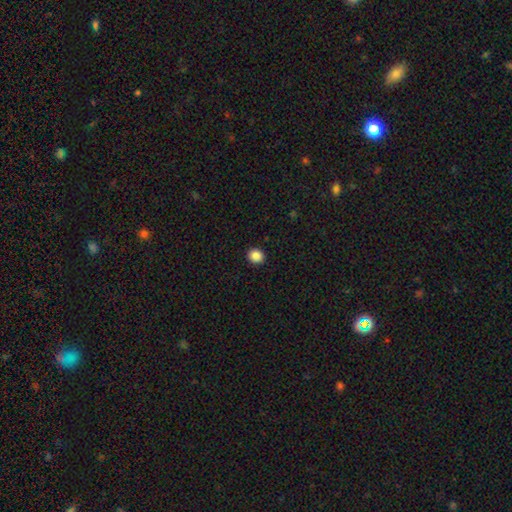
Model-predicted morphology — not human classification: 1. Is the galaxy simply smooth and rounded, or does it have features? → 87% smooth, 10% star or artifact, 3% featured or disk.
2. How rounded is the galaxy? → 81% round, 18% in between, 1% cigar-shaped.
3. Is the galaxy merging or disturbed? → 93% none, 5% minor disturbance, 2% major disturbance, 1% merger.